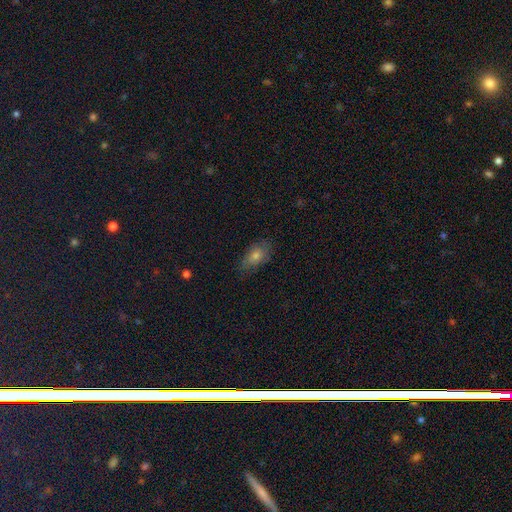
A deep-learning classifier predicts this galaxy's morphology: A smooth galaxy with no disk features (64%) that is in between round and cigar-shaped (83%). Merging: none (70%).